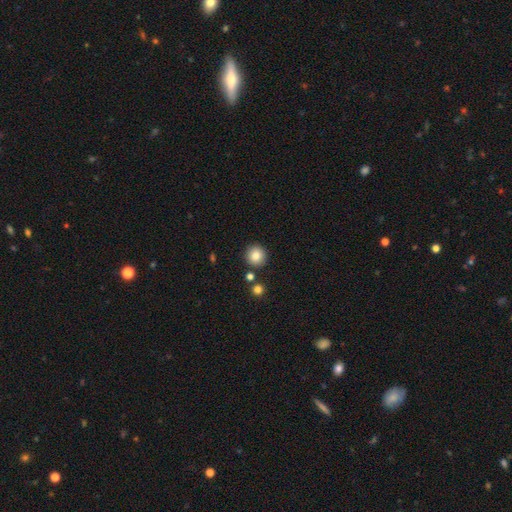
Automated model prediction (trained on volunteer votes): The model was most divided on "smooth or featured": smooth: 84%, star or artifact: 10%, featured or disk: 6%. More confident: how rounded — round (93%); merging — none (88%).